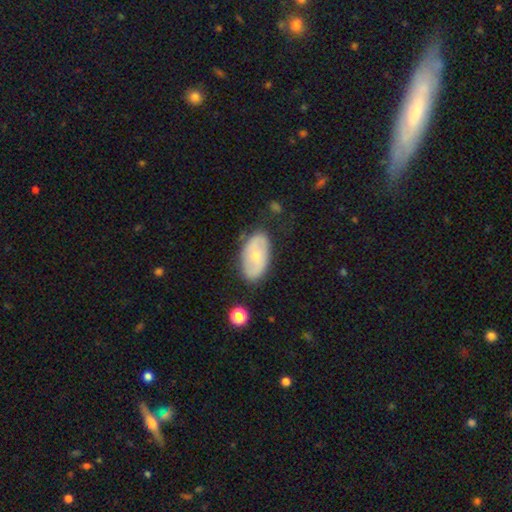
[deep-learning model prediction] A featured or disk galaxy (50%).

Vote fractions:
- Smooth or featured? featured or disk: 50% / smooth: 44% / star or artifact: 6%
- Edge-on disk? no: 91% / yes: 9%
- Merging? none: 78% / minor disturbance: 16% / major disturbance: 4% / merger: 2%